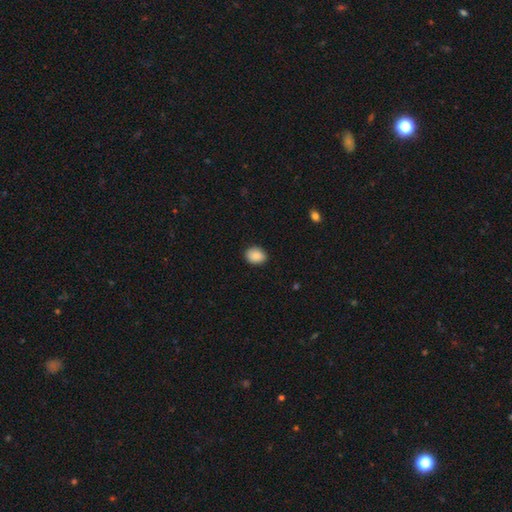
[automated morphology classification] A smooth galaxy with no disk features (88%) that is in between round and cigar-shaped (56%). Merging: none (88%).